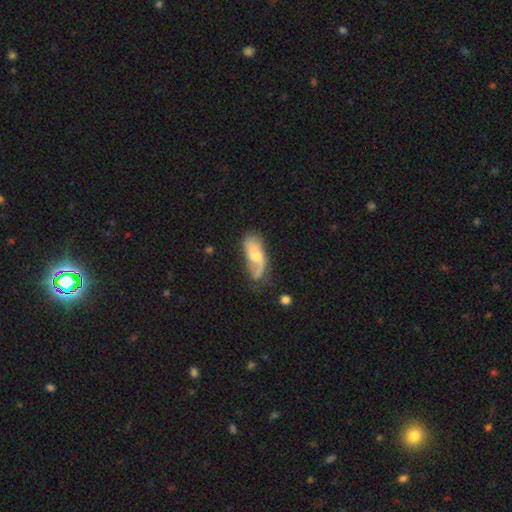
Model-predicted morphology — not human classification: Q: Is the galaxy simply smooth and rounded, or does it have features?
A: featured or disk — 57%.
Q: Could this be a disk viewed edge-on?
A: no — 90%.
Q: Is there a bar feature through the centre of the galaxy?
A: no — 66%.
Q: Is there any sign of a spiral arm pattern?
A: yes — 81%.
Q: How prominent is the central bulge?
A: moderate — 56%.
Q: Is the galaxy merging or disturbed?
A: none — 43%.